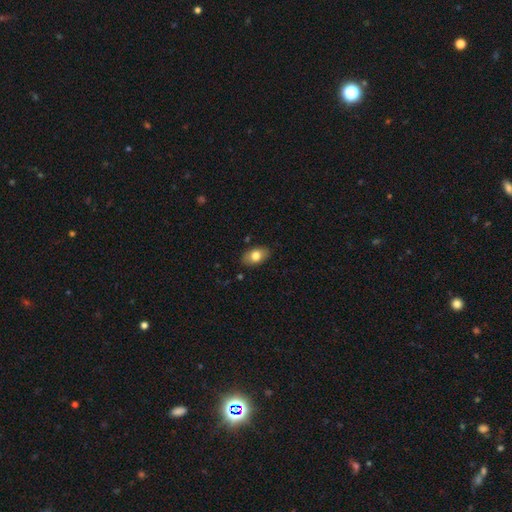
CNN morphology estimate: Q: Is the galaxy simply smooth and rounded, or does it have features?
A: smooth — 78%.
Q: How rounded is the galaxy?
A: in between — 89%.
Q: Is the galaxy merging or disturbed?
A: none — 85%.